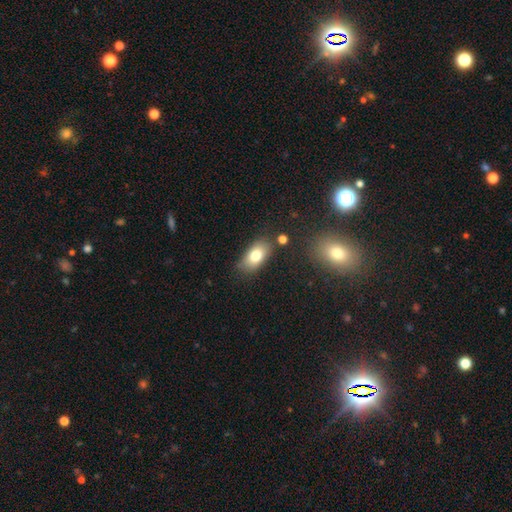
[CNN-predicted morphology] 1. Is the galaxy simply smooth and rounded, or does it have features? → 78% smooth, 14% featured or disk, 9% star or artifact.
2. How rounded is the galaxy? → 89% in between, 7% round, 4% cigar-shaped.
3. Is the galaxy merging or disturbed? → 78% none, 14% minor disturbance, 4% merger, 4% major disturbance.